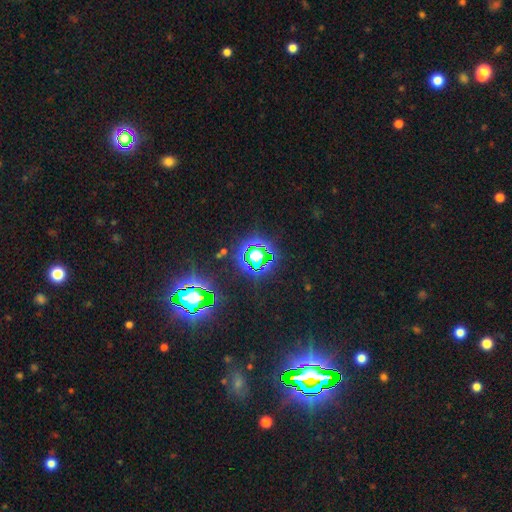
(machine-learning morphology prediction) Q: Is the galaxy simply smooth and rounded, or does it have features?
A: star or artifact — 68%.